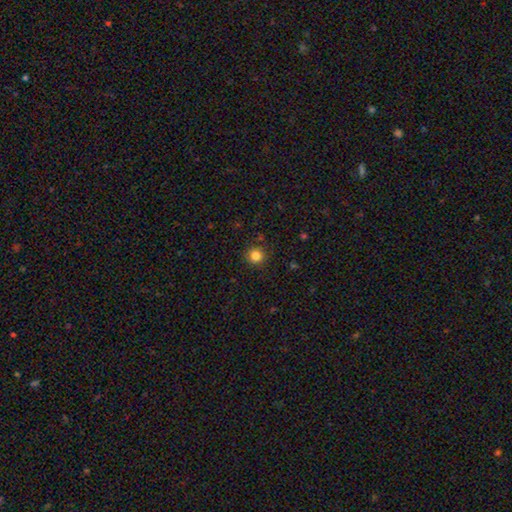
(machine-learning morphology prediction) Smooth or featured?
  - smooth: 84% *
  - star or artifact: 12%
  - featured or disk: 5%
How rounded?
  - round: 94% *
  - in between: 5%
  - cigar-shaped: 1%
Merging?
  - none: 89% *
  - minor disturbance: 7%
  - major disturbance: 2%
  - merger: 1%